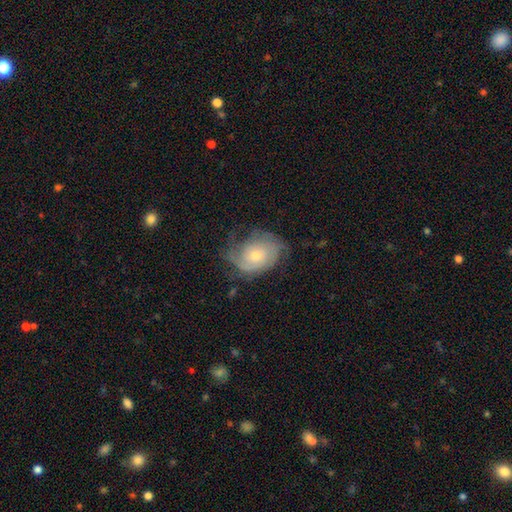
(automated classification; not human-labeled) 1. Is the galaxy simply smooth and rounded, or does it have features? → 70% featured or disk, 24% smooth, 7% star or artifact.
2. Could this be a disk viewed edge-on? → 97% no, 3% yes.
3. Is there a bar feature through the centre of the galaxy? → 77% no, 20% weak, 3% strong.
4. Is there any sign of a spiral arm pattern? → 89% yes, 11% no.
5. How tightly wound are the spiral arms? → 47% tight, 35% medium, 18% loose.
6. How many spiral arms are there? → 36% 2, 33% can't tell, 14% 3, 9% 1, 5% 4, 4% more than 4.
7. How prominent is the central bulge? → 49% small, 44% moderate, 3% large, 2% none, 1% dominant.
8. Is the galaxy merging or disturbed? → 54% none, 27% minor disturbance, 18% major disturbance, 1% merger.